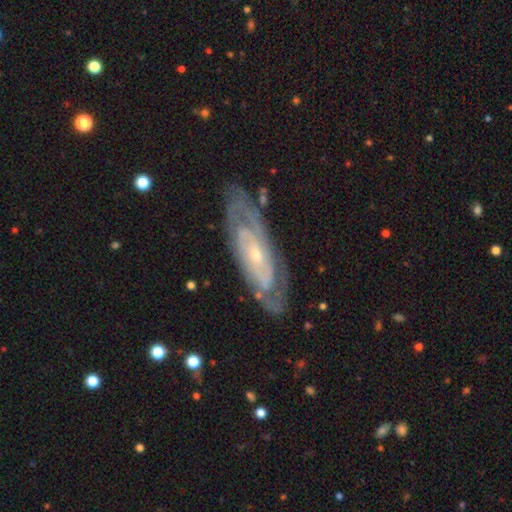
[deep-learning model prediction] Smooth or featured? Predicted: featured or disk (p=0.83). Edge-on disk? Predicted: no (p=0.85). Bar? Predicted: no (p=0.69). Spiral arms? Predicted: yes (p=0.89). Spiral winding? Predicted: tight (p=0.72). Spiral arm count? Predicted: can't tell (p=0.45). Bulge size? Predicted: small (p=0.76). Merging? Predicted: none (p=0.79).